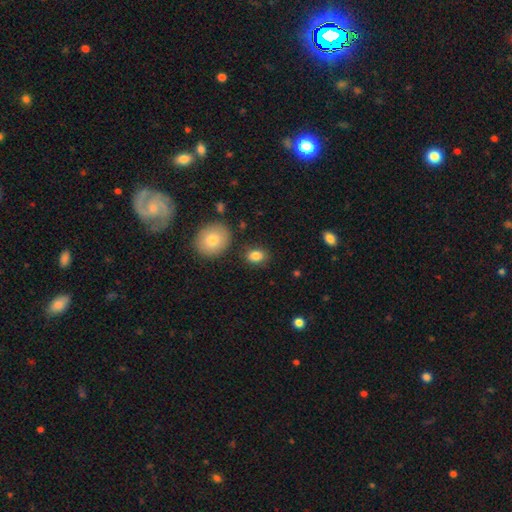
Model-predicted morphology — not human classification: This is clearly a smooth galaxy (85%). How rounded: likely in between (67%). Merging: clearly none (82%).